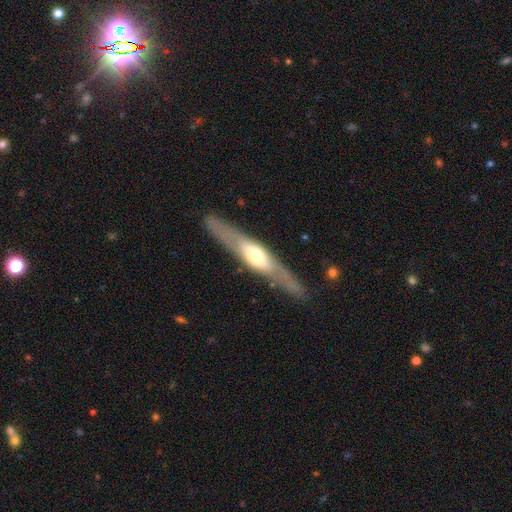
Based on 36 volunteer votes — A featured or disk galaxy (67%) viewed edge-on (88%) with a rounded central bulge (90%).

Vote fractions:
- Smooth or featured? featured or disk: 67% / smooth: 31% / star or artifact: 3%
- Edge-on disk? yes: 88% / no: 12%
- Edge-on bulge? rounded: 90% / boxy: 5% / none: 5%
- Merging? none: 89% / minor disturbance: 6% / major disturbance: 6% / merger: 0%